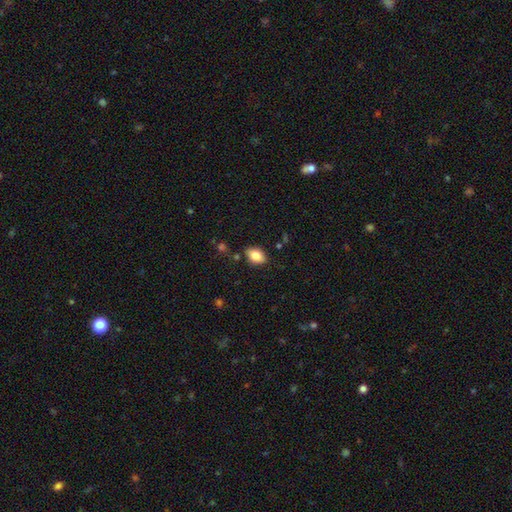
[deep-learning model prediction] smooth 83%, featured or disk 9%, star or artifact 8%. Down the decision tree: how rounded — in between (84%); merging — none (82%).